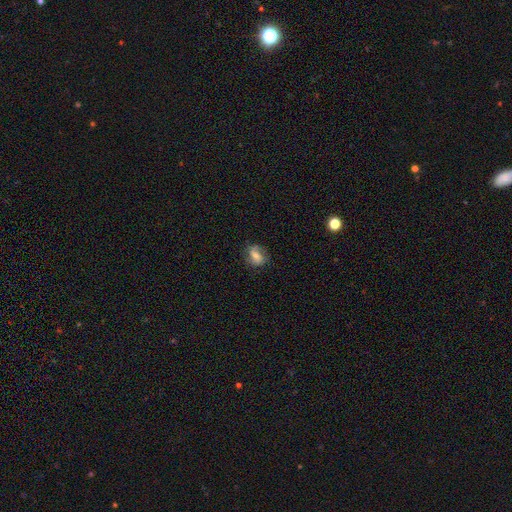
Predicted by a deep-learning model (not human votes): Q: Smooth or featured?
A: smooth (47%); runner-up: featured or disk (44%)
Q: Merging?
A: none (71%); runner-up: minor disturbance (20%)